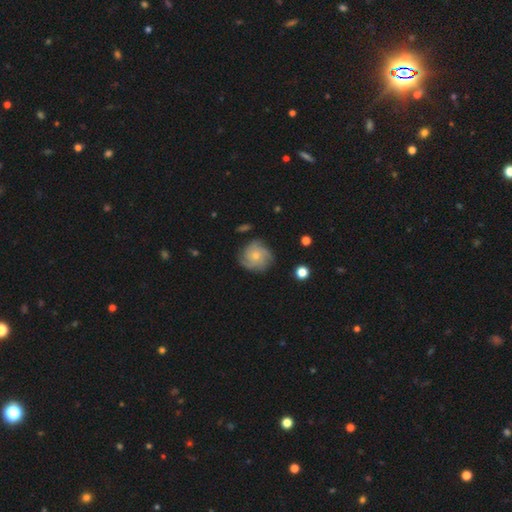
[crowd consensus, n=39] A featured or disk galaxy (82%) with no bar (84%), 3 (61%) medium (48%) spiral arms (100%) and a small central bulge (58%).

Vote fractions:
- Smooth or featured? featured or disk: 82% / smooth: 18% / star or artifact: 0%
- Edge-on disk? no: 97% / yes: 3%
- Bar? no: 84% / weak: 16% / strong: 0%
- Spiral arms? yes: 100% / no: 0%
- Spiral winding? medium: 48% / tight: 39% / loose: 13%
- Spiral arm count? 3: 61% / can't tell: 19% / 4: 10% / 1: 3% / 2: 3% / more than 4: 3%
- Bulge size? small: 58% / moderate: 42% / dominant: 0% / large: 0% / none: 0%
- Merging? none: 95% / minor disturbance: 5% / major disturbance: 0% / merger: 0%